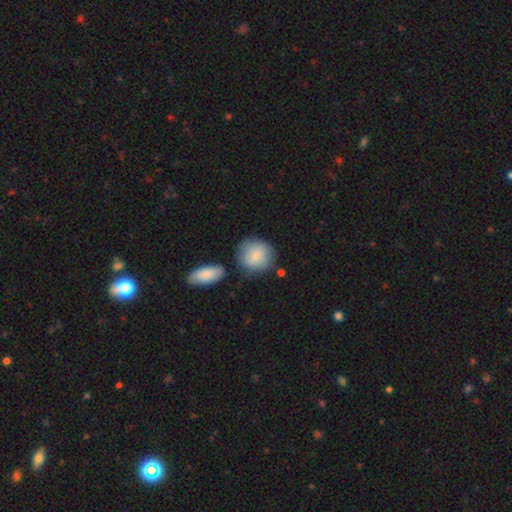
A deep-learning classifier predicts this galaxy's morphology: Smooth or featured: smooth — 81% (featured or disk — 12%)
How rounded: round — 87% (in between — 12%)
Merging: none — 67% (minor disturbance — 17%)